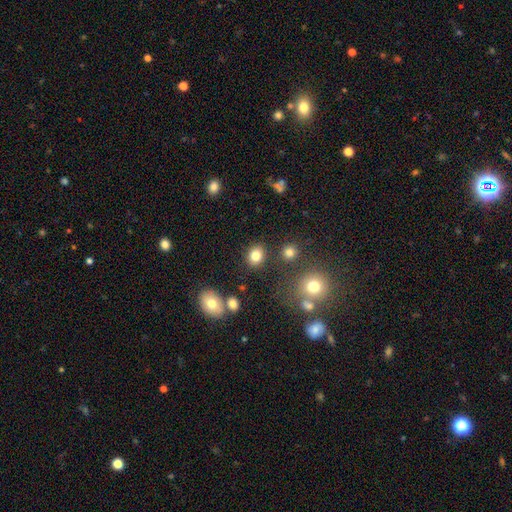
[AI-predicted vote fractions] Smooth or featured: smooth — 82% (star or artifact — 11%)
How rounded: round — 60% (in between — 39%)
Merging: none — 84% (minor disturbance — 9%)